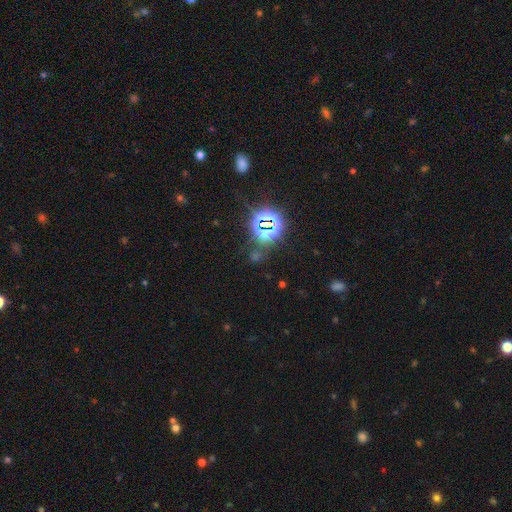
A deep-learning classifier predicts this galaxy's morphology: Smooth or featured?
  - star or artifact: 75% *
  - smooth: 18%
  - featured or disk: 7%